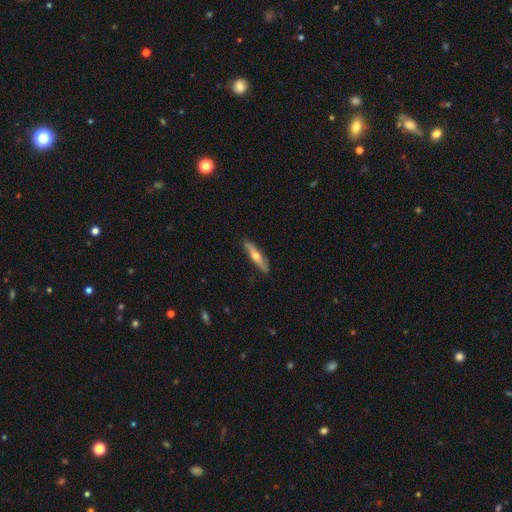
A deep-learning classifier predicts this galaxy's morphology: This appears to be a featured or disk galaxy (50%). Merging: none (85%).